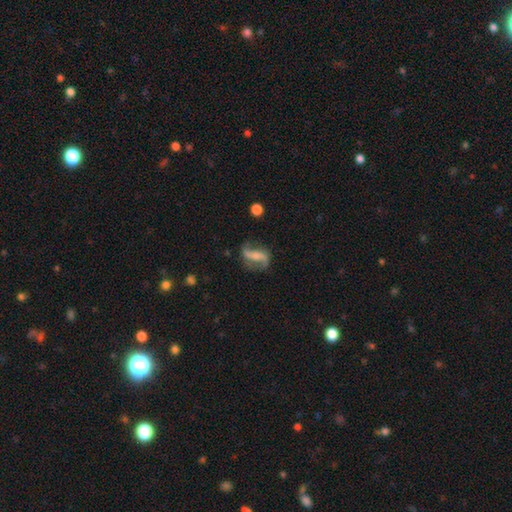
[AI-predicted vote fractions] Morphology: type=featured or disk (82%); edge-on=no (96%); bar=strong (40%); spiral arms=yes (93%); winding=loose (73%); arm count=2 (92%); bulge=small (50%); merging=none (69%).